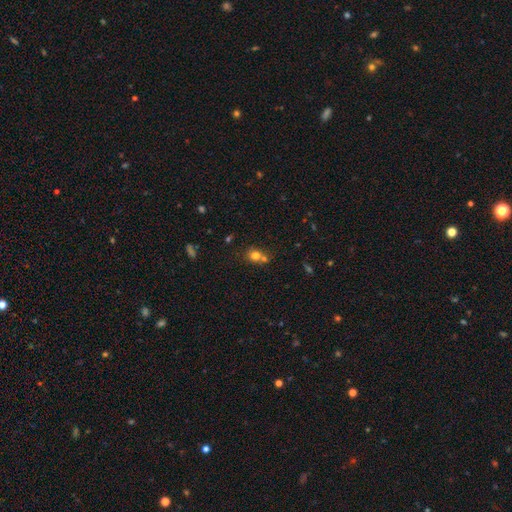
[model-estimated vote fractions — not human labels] Smooth or featured: smooth — 73% (star or artifact — 15%)
How rounded: round — 77% (in between — 22%)
Merging: none — 50% (merger — 36%)